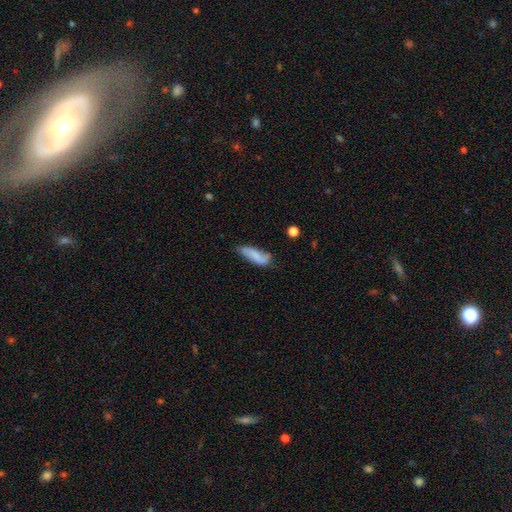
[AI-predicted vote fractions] Smooth or featured: smooth — 72% (featured or disk — 20%)
How rounded: in between — 60% (cigar-shaped — 37%)
Merging: none — 52% (minor disturbance — 33%)